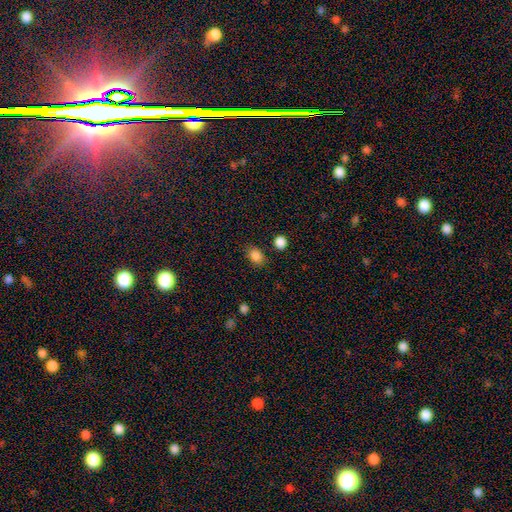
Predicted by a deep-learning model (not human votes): Morphology: type=smooth (86%); roundness=in between (62%); merging=none (80%).